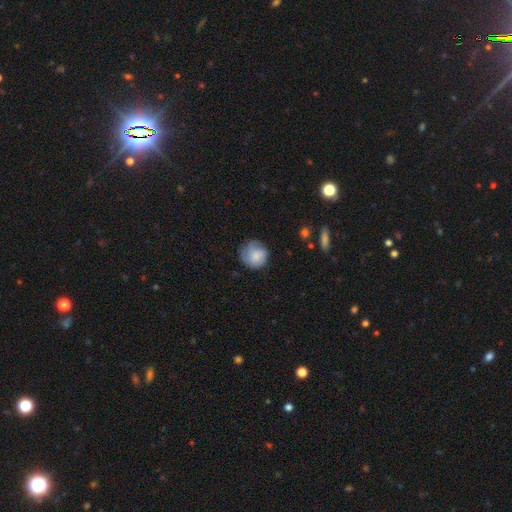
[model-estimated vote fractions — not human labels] A smooth galaxy with no disk features (78%) that is round (90%). Merging: none (70%).